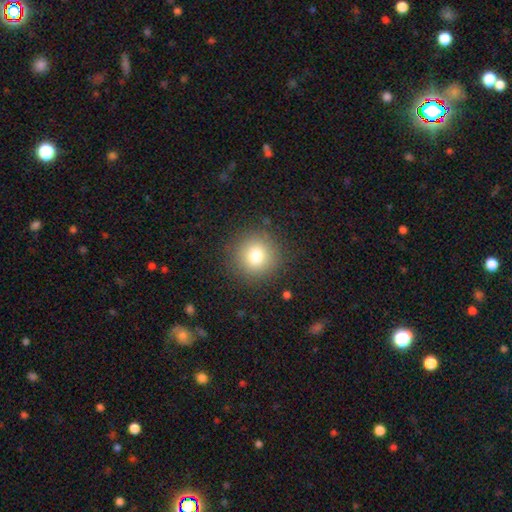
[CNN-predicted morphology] This appears to be a smooth galaxy with no disk features (78%) that is round (94%). Merging: none (88%).